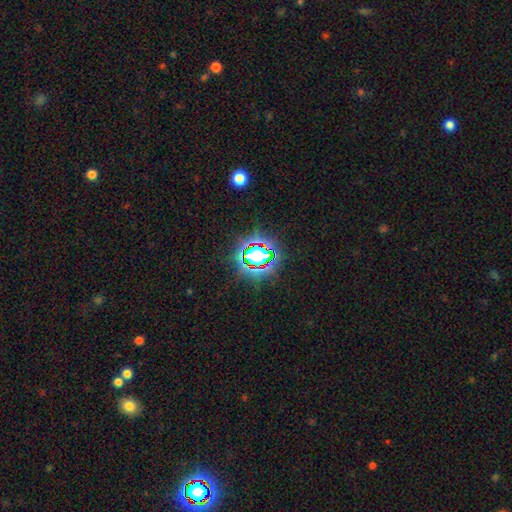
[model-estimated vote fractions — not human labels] Q: Smooth or featured?
A: star or artifact (69%); runner-up: smooth (20%)